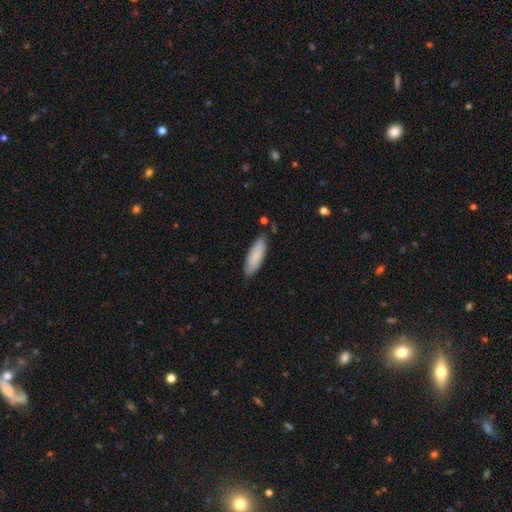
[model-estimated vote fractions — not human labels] Smooth or featured: smooth — 86% (featured or disk — 8%)
How rounded: in between — 51% (cigar-shaped — 47%)
Merging: none — 84% (minor disturbance — 12%)